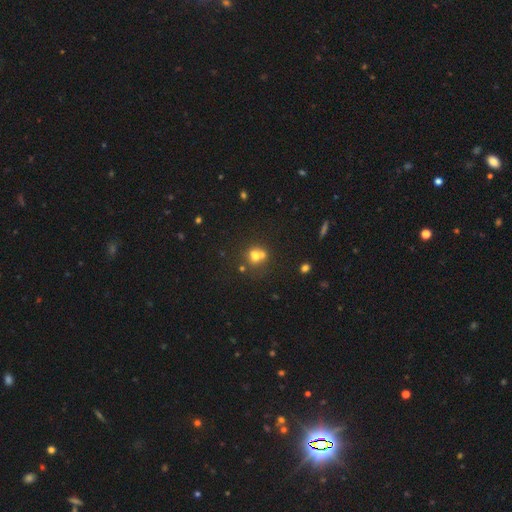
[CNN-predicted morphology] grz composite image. It shows a smooth galaxy with no disk features (63%) that is round (78%). Merging: merger (51%).